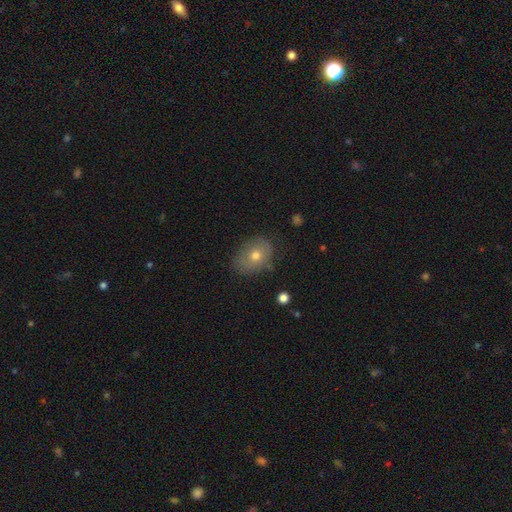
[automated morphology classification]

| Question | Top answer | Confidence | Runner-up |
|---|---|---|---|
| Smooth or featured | smooth | 66% | featured or disk (24%) |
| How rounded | in between | 65% | round (34%) |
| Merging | none | 73% | minor disturbance (20%) |